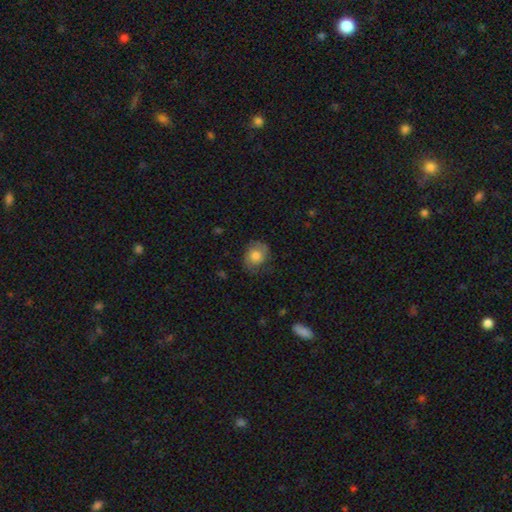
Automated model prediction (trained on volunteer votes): A smooth galaxy with no disk features (67%) that is round (54%).

Vote fractions:
- Smooth or featured? smooth: 67% / featured or disk: 25% / star or artifact: 8%
- How rounded? round: 54% / in between: 45% / cigar-shaped: 1%
- Merging? none: 70% / minor disturbance: 22% / major disturbance: 7% / merger: 1%